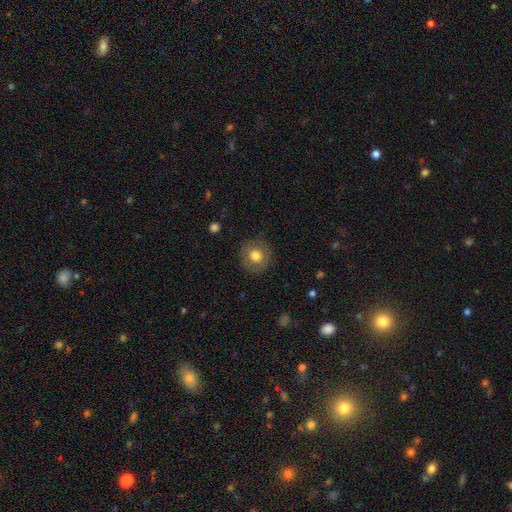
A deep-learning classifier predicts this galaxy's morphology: smooth-or-featured: smooth: 73% | featured or disk: 18% | star or artifact: 9%
  how-rounded: round: 92% | in between: 7% | cigar-shaped: 1%
  merging: none: 87% | minor disturbance: 8% | major disturbance: 3% | merger: 1%